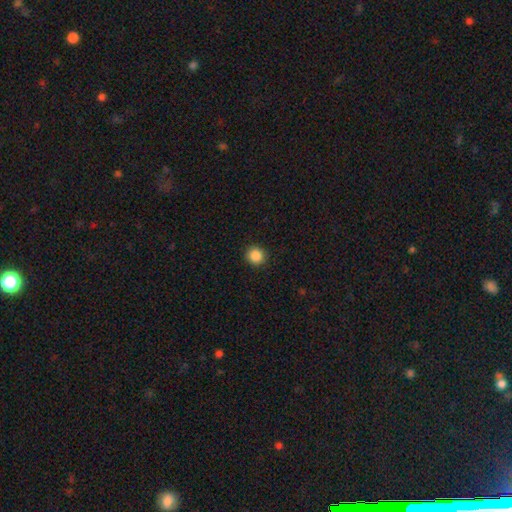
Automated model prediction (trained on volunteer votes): Smooth or featured? smooth (87%)
How rounded? round (91%)
Merging? none (92%)